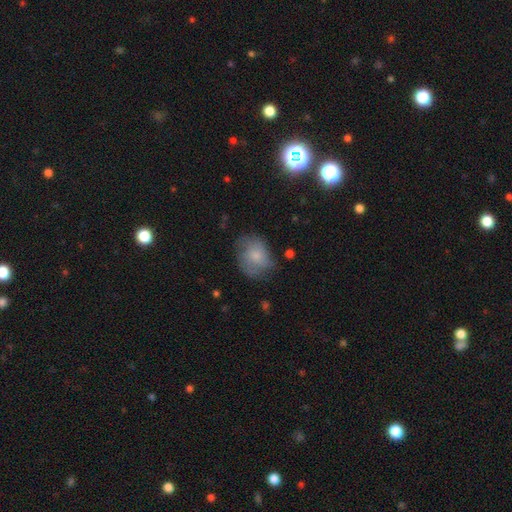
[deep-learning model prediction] This is likely a smooth galaxy (64%). How rounded: possibly in between (55%). Merging: possibly none (56%).